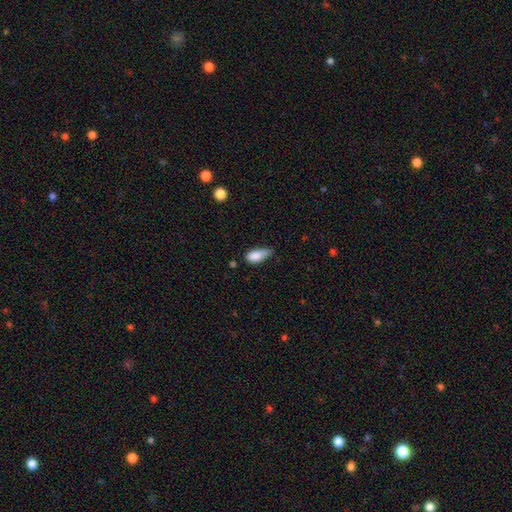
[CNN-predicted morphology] Overall: smooth (84%). How rounded: in between (86%). Merging: minor disturbance (50%; none 31%).